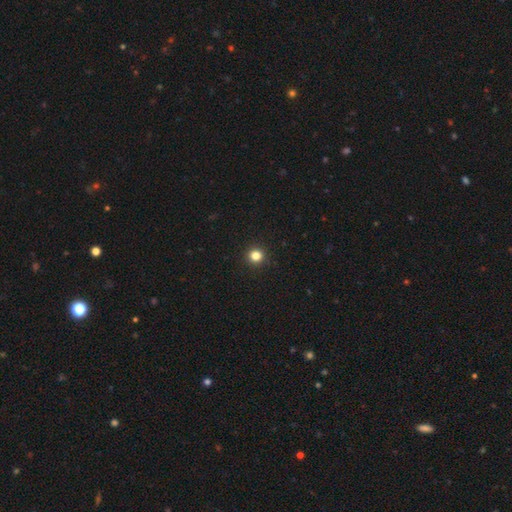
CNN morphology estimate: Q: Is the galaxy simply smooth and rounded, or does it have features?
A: smooth — 82%.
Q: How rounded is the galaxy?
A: round — 94%.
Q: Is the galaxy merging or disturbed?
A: none — 93%.